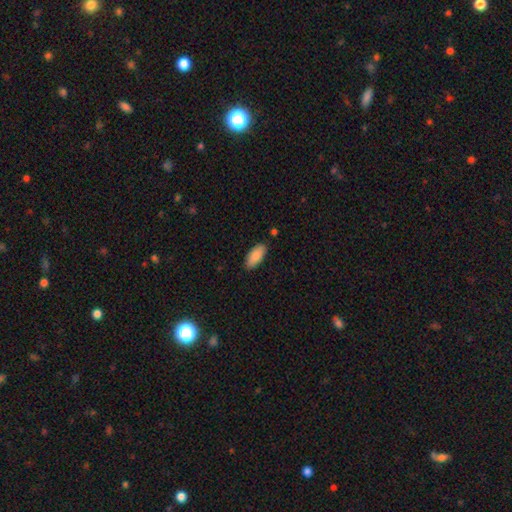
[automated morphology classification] smooth 87%, featured or disk 7%, star or artifact 6%. Down the decision tree: how rounded — in between (87%); merging — none (86%).